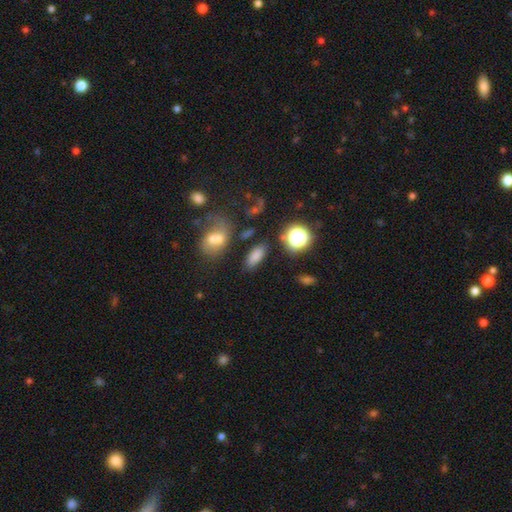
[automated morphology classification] Smooth or featured? smooth (77%)
How rounded? in between (80%)
Merging? none (76%)